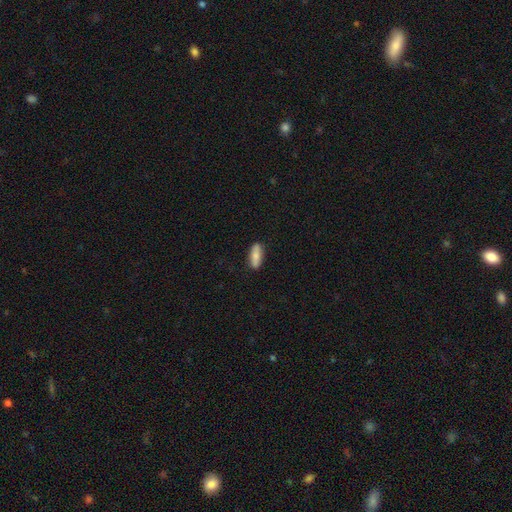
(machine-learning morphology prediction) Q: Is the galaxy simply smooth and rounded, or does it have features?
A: smooth — 77%.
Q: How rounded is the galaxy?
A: in between — 61%.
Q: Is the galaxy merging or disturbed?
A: none — 86%.